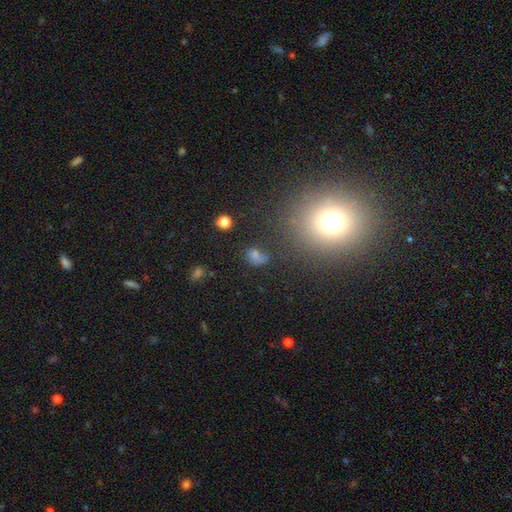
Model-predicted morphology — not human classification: This is possibly a smooth galaxy (51%). How rounded: possibly in between (51%). Merging: likely none (66%).